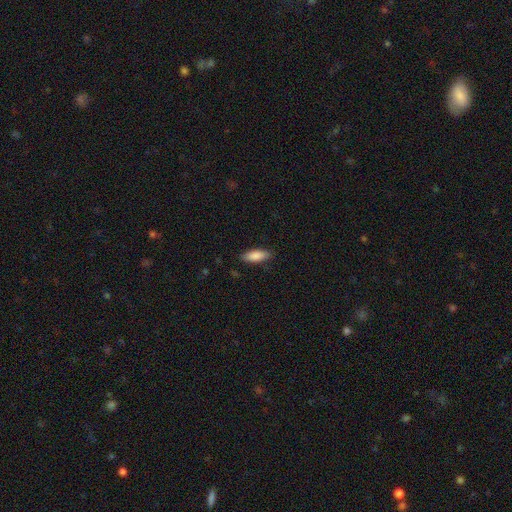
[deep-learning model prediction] Smooth or featured: smooth — 87% (featured or disk — 7%)
How rounded: in between — 68% (cigar-shaped — 30%)
Merging: none — 85% (minor disturbance — 11%)